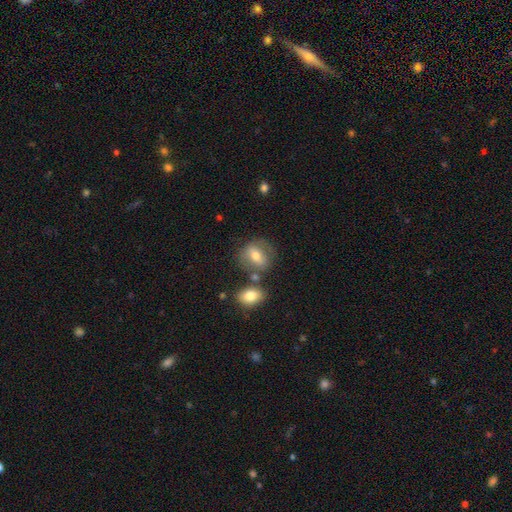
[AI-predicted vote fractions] The model was most divided on "how rounded": round: 50%, in between: 48%, cigar-shaped: 2%. More confident: smooth or featured — smooth (63%); merging — none (62%).